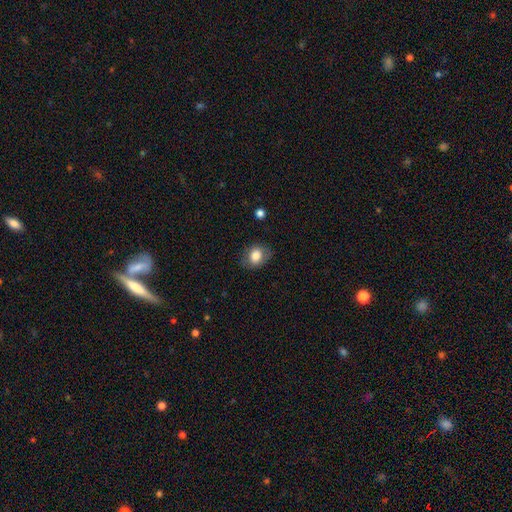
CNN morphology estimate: This is likely a smooth galaxy (80%). How rounded: possibly in between (58%). Merging: likely none (78%).